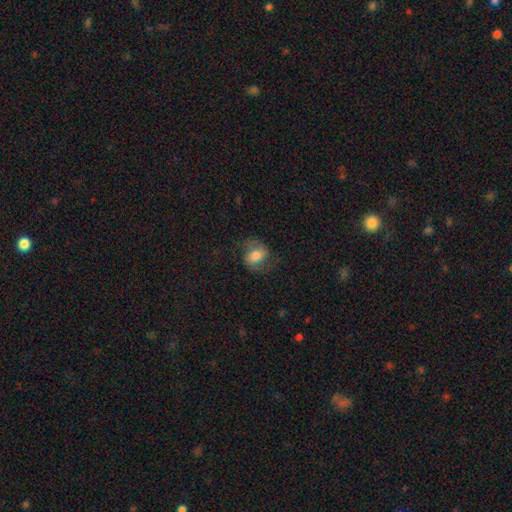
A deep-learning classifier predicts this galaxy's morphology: Smooth or featured?
  - smooth: 50% *
  - featured or disk: 41%
  - star or artifact: 9%
Merging?
  - none: 67% *
  - minor disturbance: 18%
  - major disturbance: 14%
  - merger: 1%